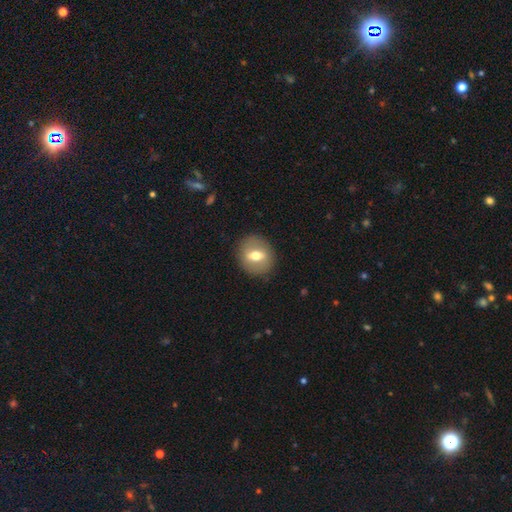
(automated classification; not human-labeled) Smooth or featured: smooth — 51% (featured or disk — 41%)
How rounded: round — 70% (in between — 28%)
Merging: none — 87% (minor disturbance — 8%)